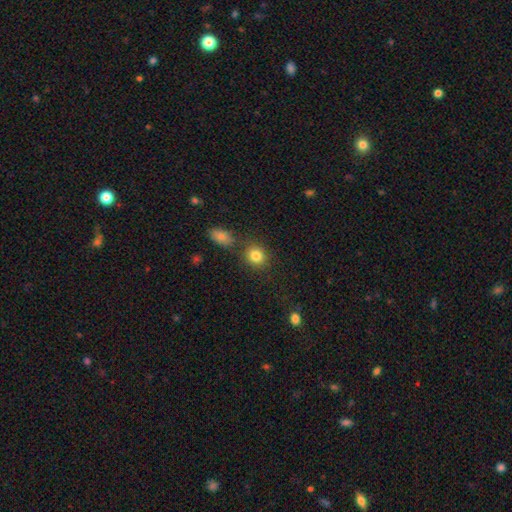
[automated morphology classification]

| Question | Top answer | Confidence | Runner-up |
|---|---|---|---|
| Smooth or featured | smooth | 84% | star or artifact (10%) |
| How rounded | round | 73% | in between (26%) |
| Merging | none | 75% | merger (11%) |